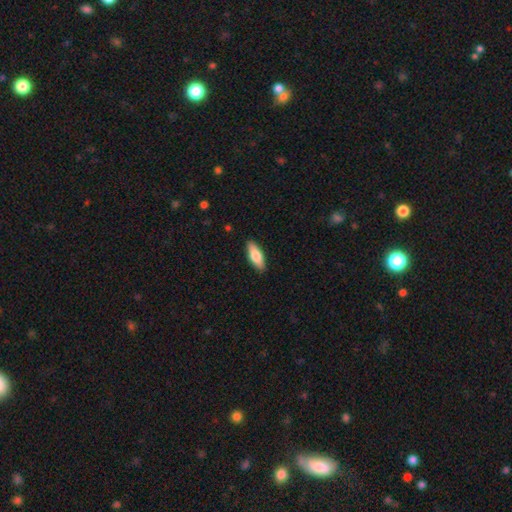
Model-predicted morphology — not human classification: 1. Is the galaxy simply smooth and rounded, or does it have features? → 76% smooth, 18% featured or disk, 6% star or artifact.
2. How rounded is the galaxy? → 68% in between, 30% cigar-shaped, 2% round.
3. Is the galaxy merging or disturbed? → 89% none, 9% minor disturbance, 2% major disturbance, 1% merger.